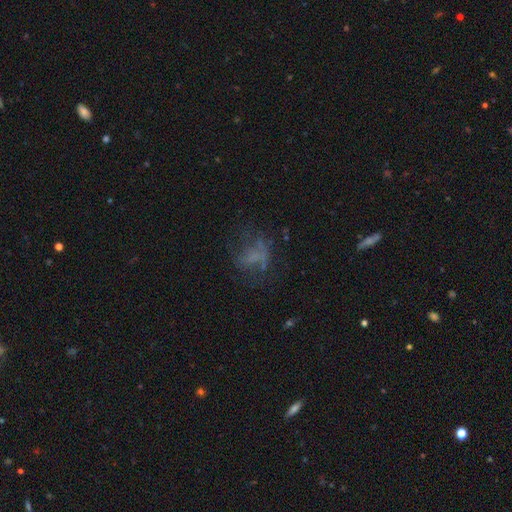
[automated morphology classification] type=featured or disk (41%); merging=none (43%).